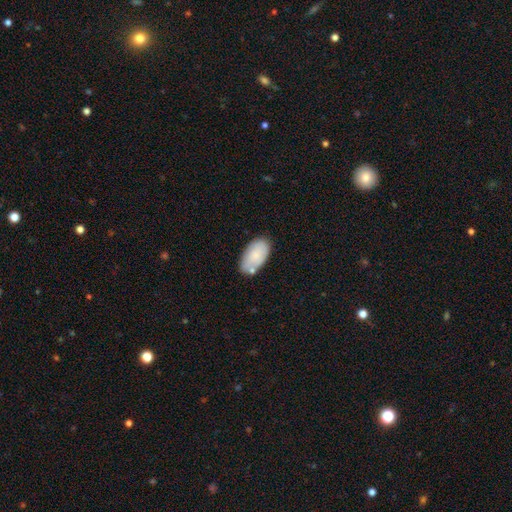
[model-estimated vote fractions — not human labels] A smooth galaxy with no disk features (80%) that is in between round and cigar-shaped (95%).

Vote fractions:
- Smooth or featured? smooth: 80% / featured or disk: 14% / star or artifact: 6%
- How rounded? in between: 95% / round: 3% / cigar-shaped: 2%
- Merging? none: 66% / minor disturbance: 20% / merger: 10% / major disturbance: 4%